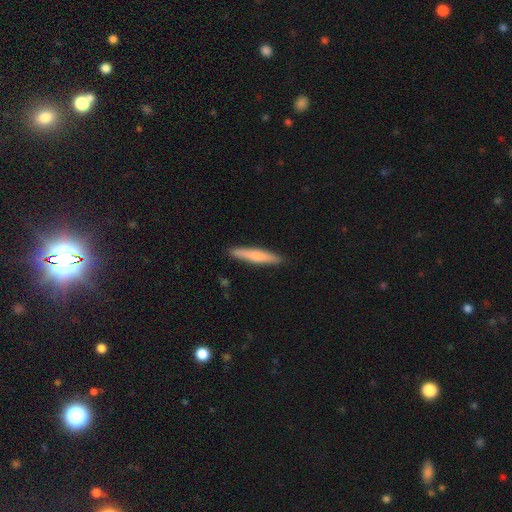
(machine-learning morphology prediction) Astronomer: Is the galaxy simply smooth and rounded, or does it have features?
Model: smooth — 67%.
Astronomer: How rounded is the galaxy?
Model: cigar-shaped — 92%.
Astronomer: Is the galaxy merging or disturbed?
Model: none — 90%.